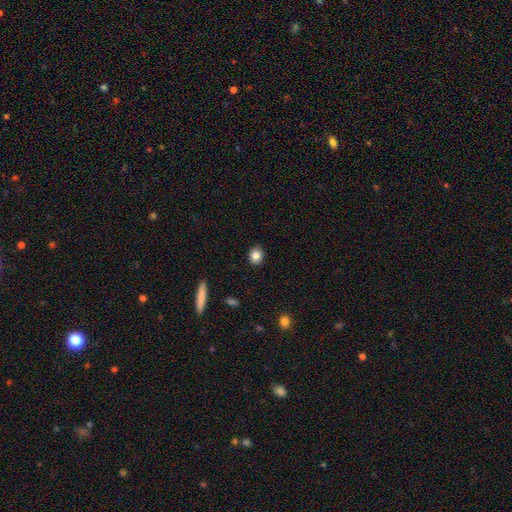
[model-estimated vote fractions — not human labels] smooth 83%, star or artifact 10%, featured or disk 7%. Down the decision tree: how rounded — round (68%); merging — none (90%).